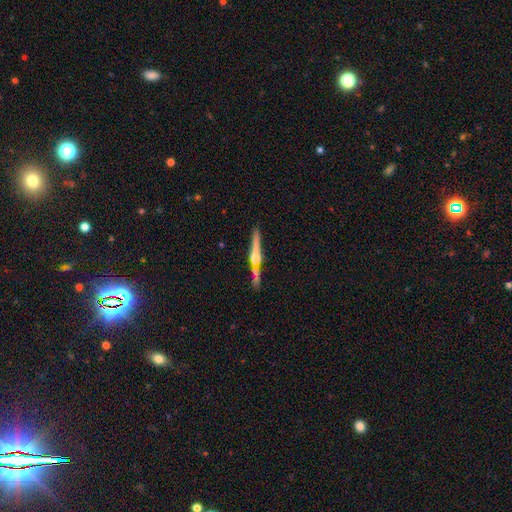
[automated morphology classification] featured or disk 77%, smooth 17%, star or artifact 6%. Down the decision tree: edge-on disk — yes (97%); edge-on bulge — rounded (87%); merging — none (76%).